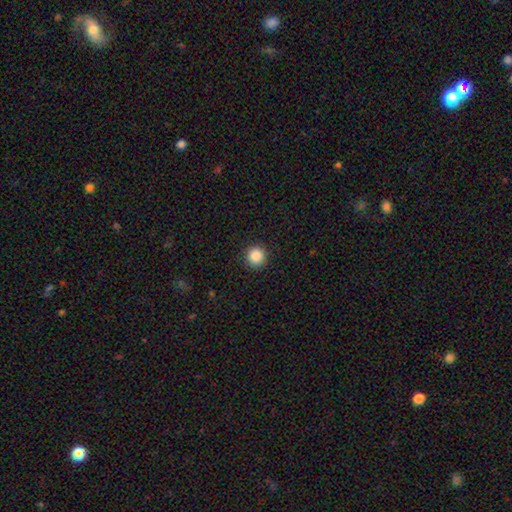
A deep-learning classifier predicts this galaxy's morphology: smooth 87%, star or artifact 10%, featured or disk 3%. Down the decision tree: how rounded — round (95%); merging — none (92%).